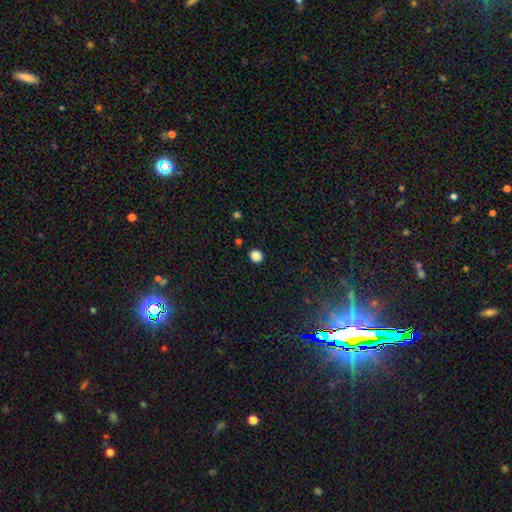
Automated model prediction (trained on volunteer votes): The model was most divided on "how rounded": round: 82%, in between: 17%, cigar-shaped: 1%. More confident: merging — none (90%); smooth or featured — smooth (85%).